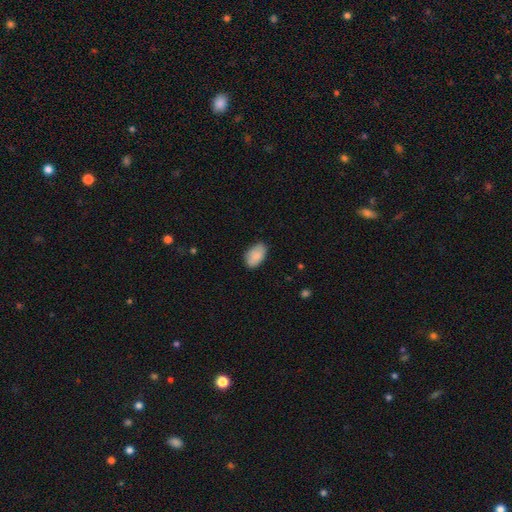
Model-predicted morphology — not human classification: Smooth or featured? smooth (87%)
How rounded? in between (93%)
Merging? none (78%)